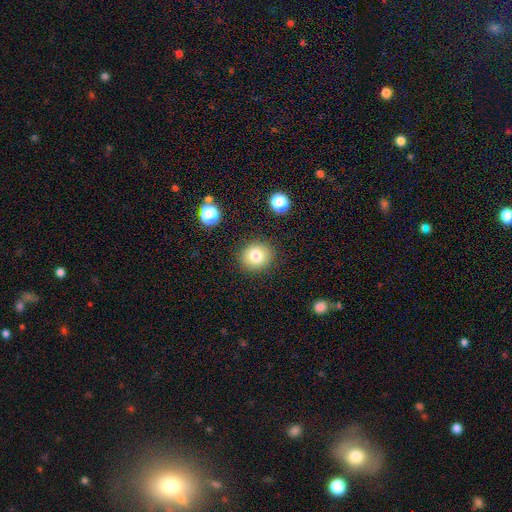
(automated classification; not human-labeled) This is likely a smooth galaxy (78%). How rounded: likely round (78%). Merging: clearly none (87%).